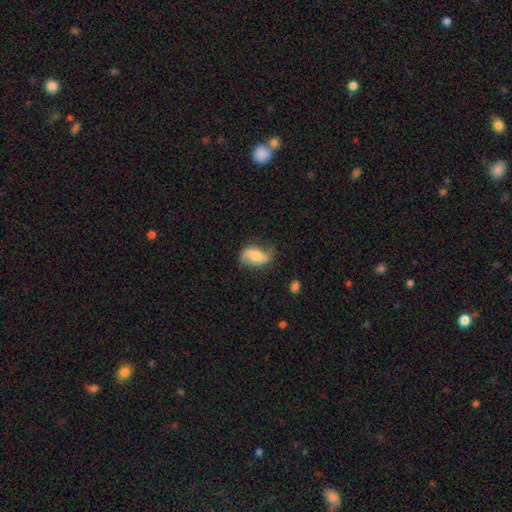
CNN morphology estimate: Overall: featured or disk (60%; smooth 33%). Edge-on disk: no (95%). Bar: no (42%; weak 38%). Spiral arms: yes (91%). Spiral arm count: 2 (86%). Spiral winding: loose (67%). Bulge size: moderate (35%; small 27%). Merging: none (64%; minor disturbance 24%).